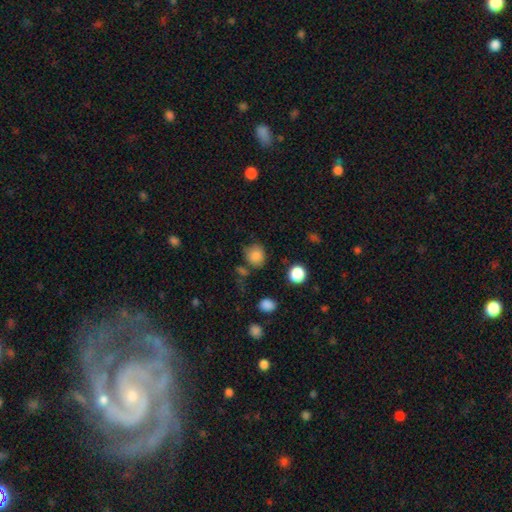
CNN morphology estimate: Smooth or featured? Predicted: smooth (p=0.83). How rounded? Predicted: round (p=0.79). Merging? Predicted: none (p=0.70).